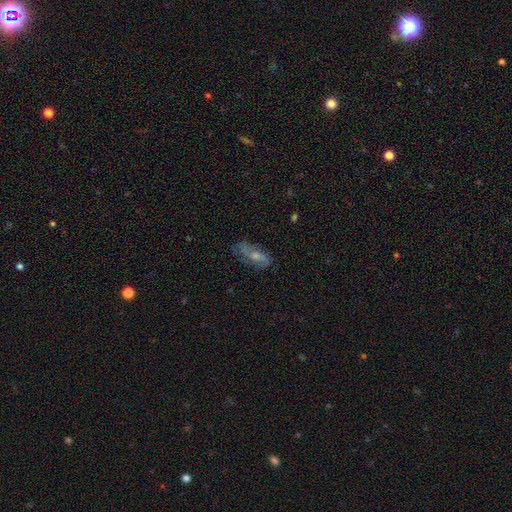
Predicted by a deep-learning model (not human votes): The model was most divided on "smooth or featured": featured or disk: 56%, smooth: 35%, star or artifact: 9%. More confident: edge-on disk — no (87%); merging — none (61%).